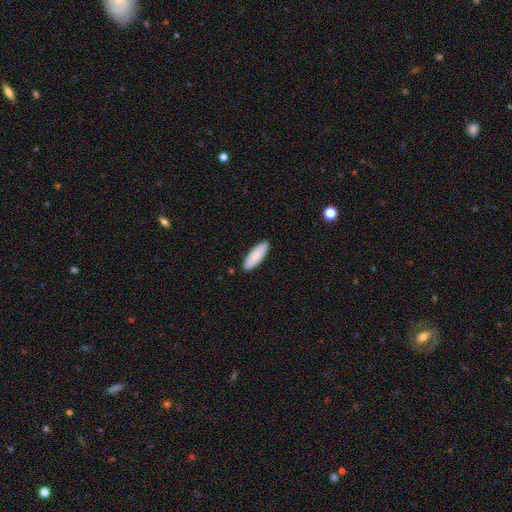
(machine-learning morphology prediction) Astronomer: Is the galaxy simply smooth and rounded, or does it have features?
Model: smooth — 85%.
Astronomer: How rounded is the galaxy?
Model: in between — 59% (runner-up: cigar-shaped, 39%).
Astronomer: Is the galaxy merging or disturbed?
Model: none — 90%.